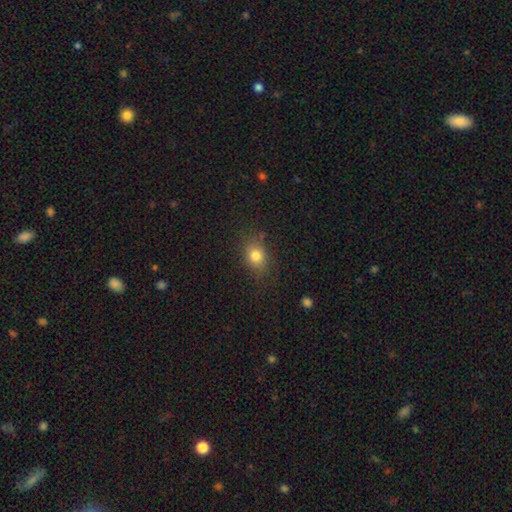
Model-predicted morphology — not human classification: This appears to be a smooth galaxy with no disk features (79%) that is in between round and cigar-shaped (58%). Merging: none (77%).